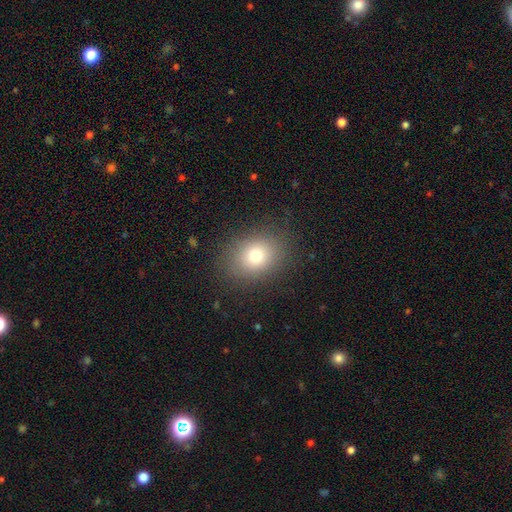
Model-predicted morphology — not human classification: This is likely a smooth galaxy (77%). How rounded: possibly round (52%). Merging: clearly none (86%).